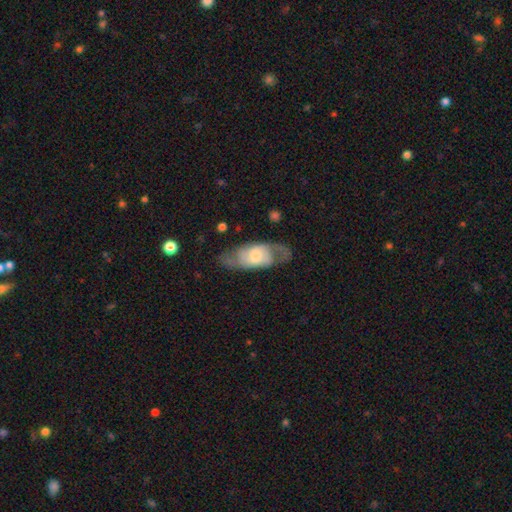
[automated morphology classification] This appears to be a featured or disk galaxy (59%) with no bar (53%), spiral arms (74%) and a moderate central bulge (48%). Merging: none (62%).